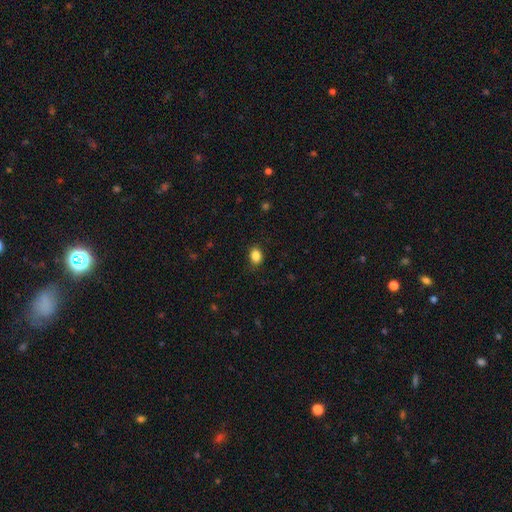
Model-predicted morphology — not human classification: Q: Smooth or featured?
A: smooth (86%); runner-up: star or artifact (10%)
Q: How rounded?
A: in between (59%); runner-up: round (40%)
Q: Merging?
A: none (83%); runner-up: minor disturbance (13%)